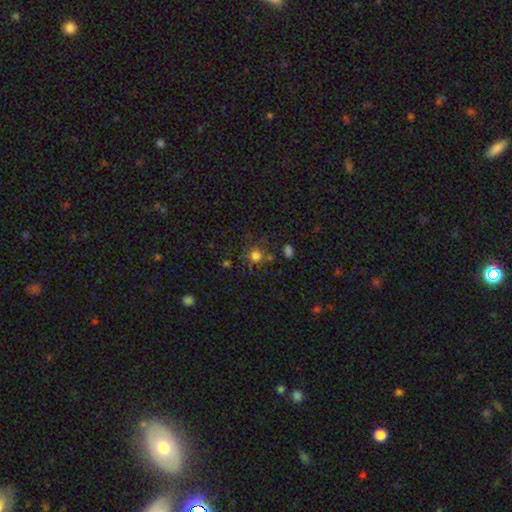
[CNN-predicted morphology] smooth_or_featured: smooth (p=0.76) [alt: star or artifact p=0.17]
how_rounded: round (p=0.90) [alt: in between p=0.09]
merging: none (p=0.73) [alt: minor disturbance p=0.13]